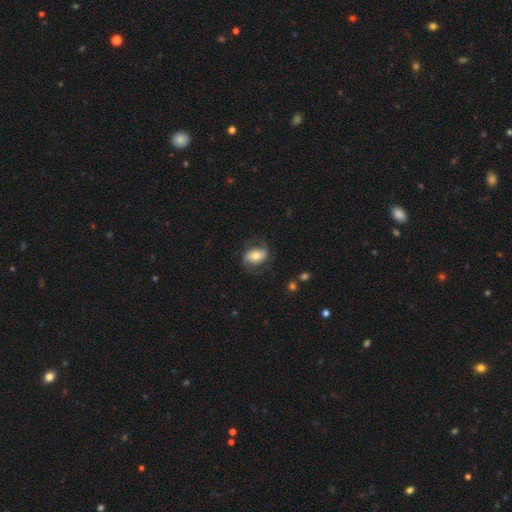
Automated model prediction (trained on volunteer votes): Smooth or featured: featured or disk — 56% (smooth — 36%)
Edge-on disk: no — 96% (yes — 4%)
Bar: no — 51% (weak — 28%)
Spiral arms: yes — 83% (no — 17%)
Bulge size: moderate — 60% (small — 24%)
Merging: none — 68% (minor disturbance — 19%)